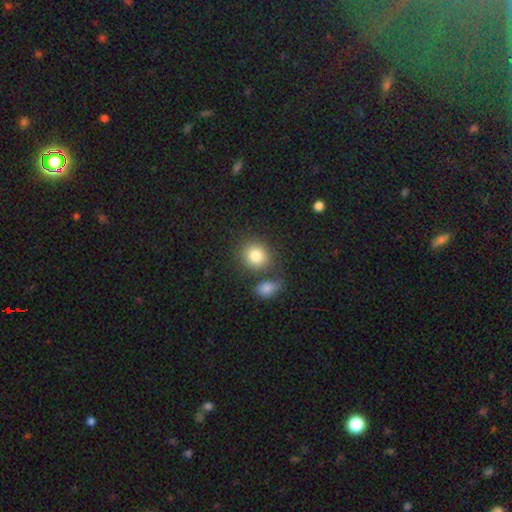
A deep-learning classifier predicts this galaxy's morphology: type=smooth (83%); roundness=round (77%); merging=none (68%).